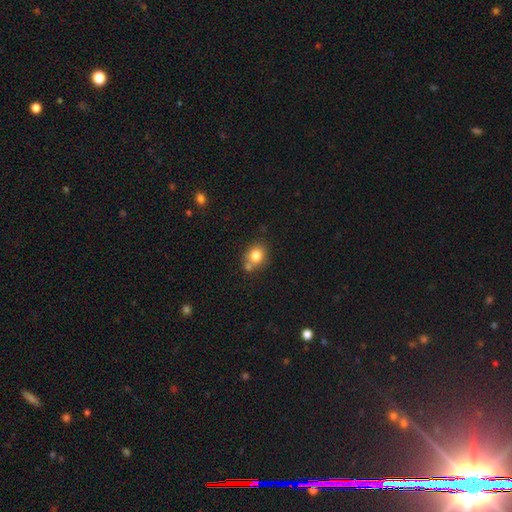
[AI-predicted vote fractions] smooth_or_featured: smooth (p=0.79) [alt: star or artifact p=0.11]
how_rounded: round (p=0.68) [alt: in between p=0.32]
merging: none (p=0.60) [alt: merger p=0.24]